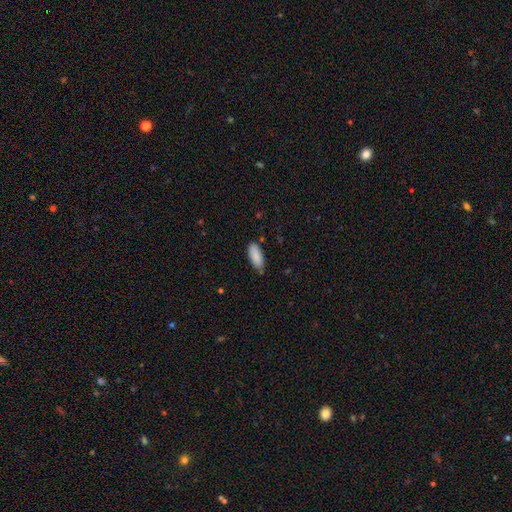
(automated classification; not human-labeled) This is clearly a smooth galaxy (89%). How rounded: clearly in between (83%). Merging: likely none (76%).